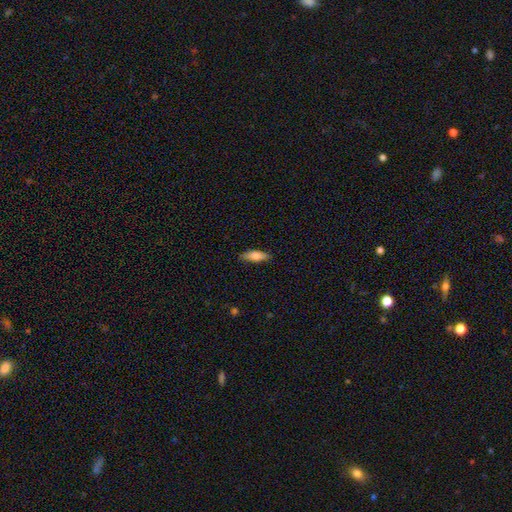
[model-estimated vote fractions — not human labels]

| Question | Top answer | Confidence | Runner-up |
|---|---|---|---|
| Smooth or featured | smooth | 72% | featured or disk (21%) |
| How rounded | in between | 54% | cigar-shaped (43%) |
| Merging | none | 86% | minor disturbance (11%) |